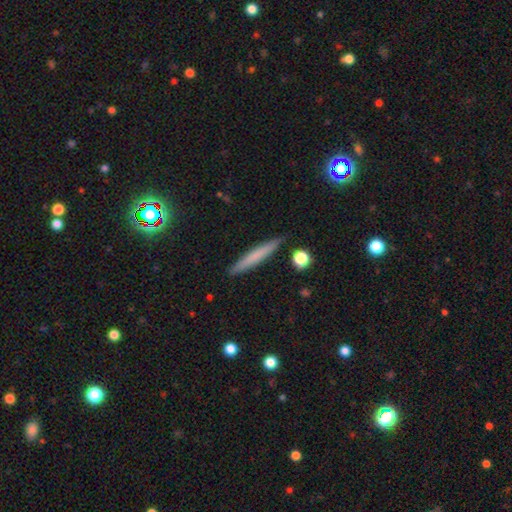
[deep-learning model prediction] Smooth or featured? Predicted: smooth (p=0.64). How rounded? Predicted: cigar-shaped (p=0.95). Merging? Predicted: none (p=0.90).